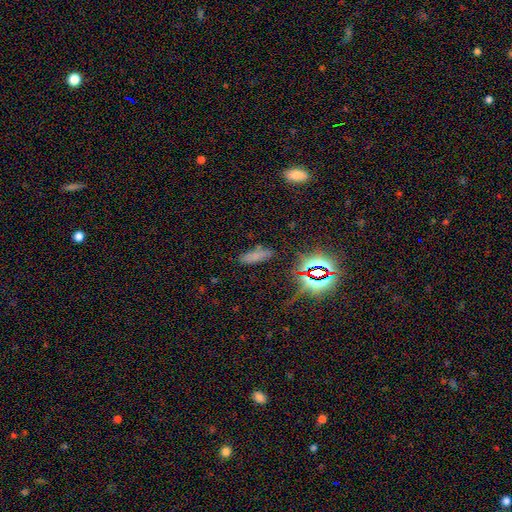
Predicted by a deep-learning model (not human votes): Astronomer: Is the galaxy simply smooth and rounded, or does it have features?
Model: smooth — 63%.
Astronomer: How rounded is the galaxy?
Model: in between — 53% (runner-up: cigar-shaped, 43%).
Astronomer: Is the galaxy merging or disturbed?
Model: none — 79%.